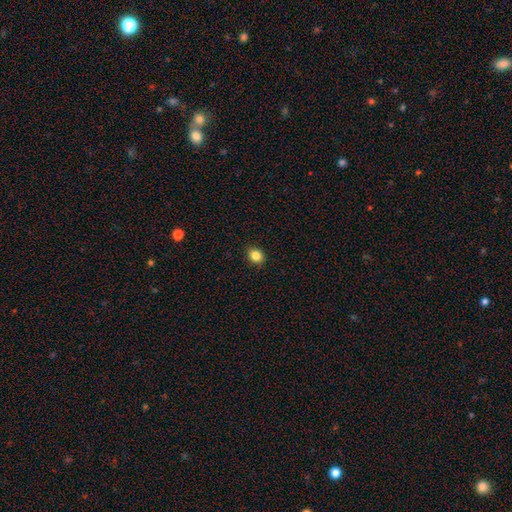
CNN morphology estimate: Overall: smooth (85%). How rounded: round (62%; in between 38%). Merging: none (91%).